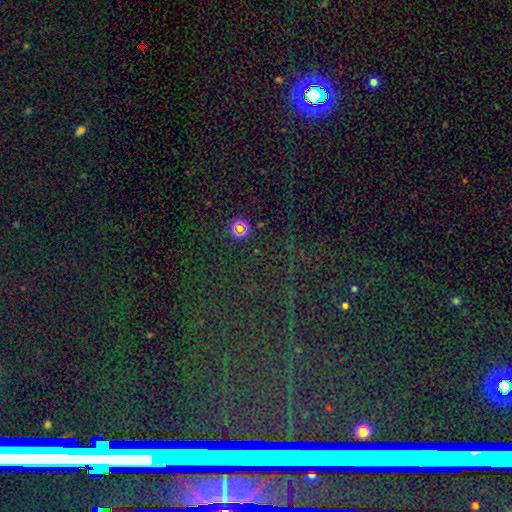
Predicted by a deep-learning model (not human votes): Smooth or featured? star or artifact (77%)